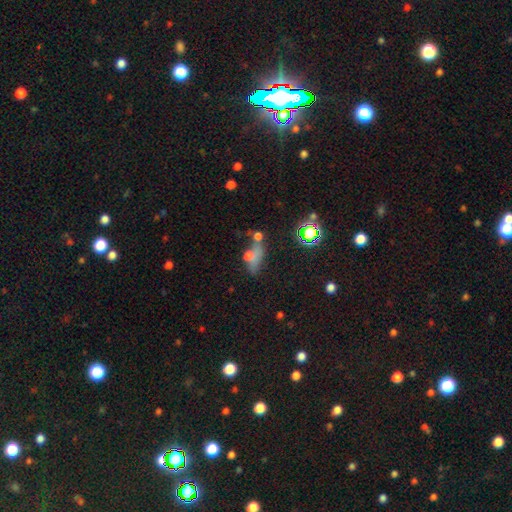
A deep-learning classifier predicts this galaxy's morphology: smooth_or_featured: smooth (p=0.56) [alt: star or artifact p=0.23]
how_rounded: in between (p=0.68) [alt: round p=0.21]
merging: none (p=0.32) [alt: merger p=0.27]